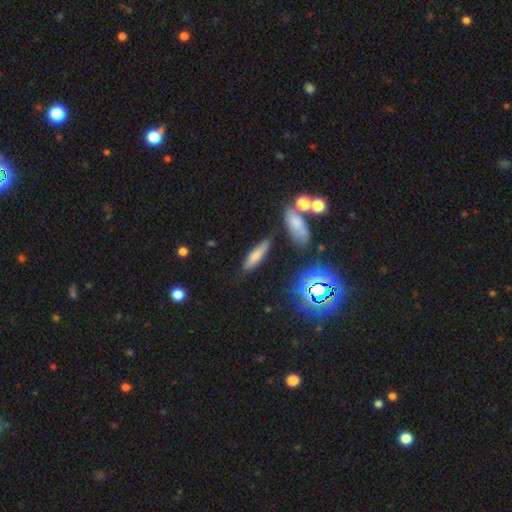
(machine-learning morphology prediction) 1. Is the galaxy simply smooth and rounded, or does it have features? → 72% smooth, 16% featured or disk, 13% star or artifact.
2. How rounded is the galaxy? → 68% cigar-shaped, 29% in between, 3% round.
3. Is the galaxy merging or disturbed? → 79% none, 13% minor disturbance, 5% merger, 4% major disturbance.